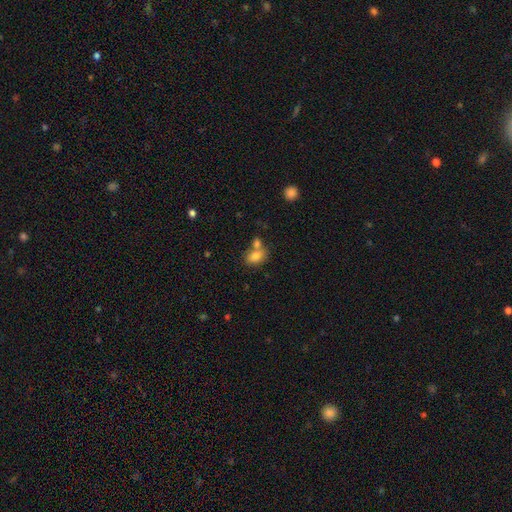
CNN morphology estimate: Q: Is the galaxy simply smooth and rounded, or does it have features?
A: smooth — 81%.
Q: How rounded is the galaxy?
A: in between — 81%.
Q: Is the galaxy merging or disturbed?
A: none — 47%.